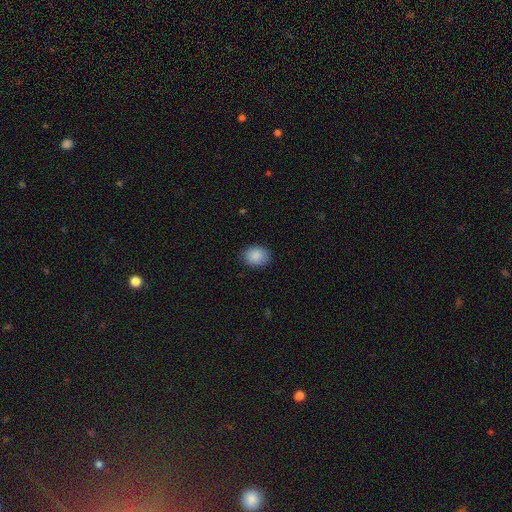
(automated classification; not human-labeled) smooth-or-featured: smooth: 89% | star or artifact: 7% | featured or disk: 4%
  how-rounded: in between: 63% | round: 36% | cigar-shaped: 1%
  merging: none: 84% | minor disturbance: 12% | major disturbance: 3% | merger: 1%